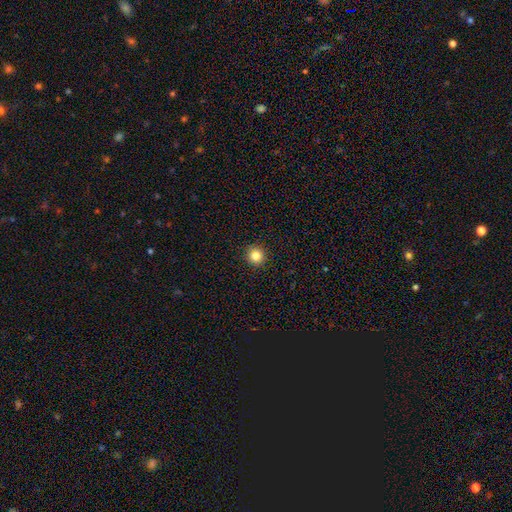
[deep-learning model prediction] Smooth or featured? smooth (84%)
How rounded? round (95%)
Merging? none (93%)